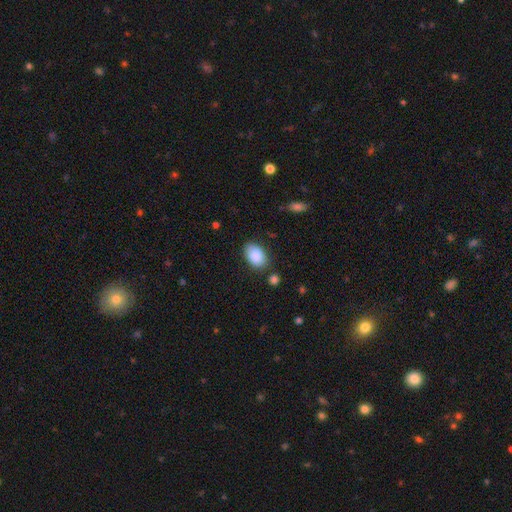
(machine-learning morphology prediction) Q: Smooth or featured?
A: smooth (89%); runner-up: star or artifact (6%)
Q: How rounded?
A: in between (90%); runner-up: round (9%)
Q: Merging?
A: none (77%); runner-up: minor disturbance (16%)